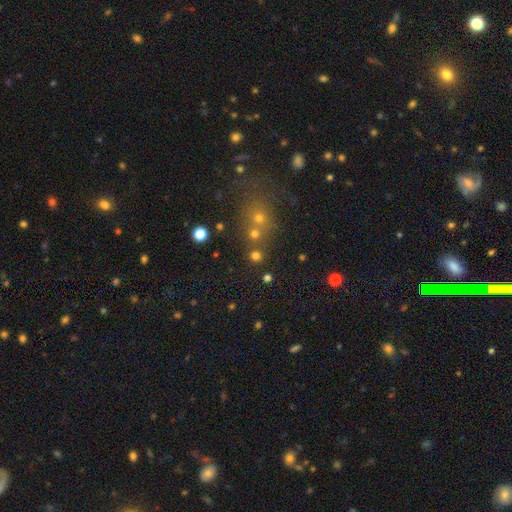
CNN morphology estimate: smooth-or-featured: smooth: 71% | star or artifact: 22% | featured or disk: 7%
  how-rounded: round: 92% | in between: 7% | cigar-shaped: 1%
  merging: none: 73% | merger: 18% | minor disturbance: 6% | major disturbance: 3%